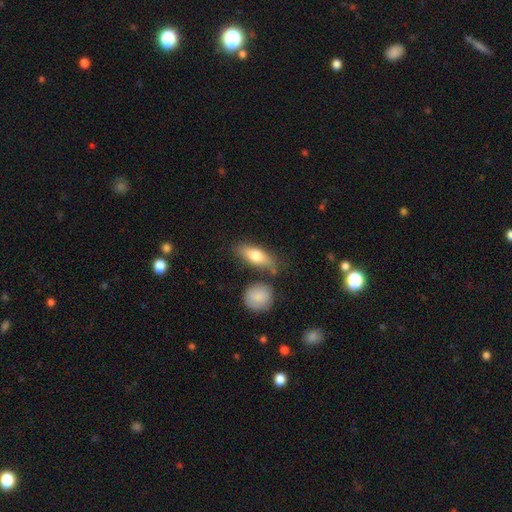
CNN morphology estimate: type=smooth (72%); roundness=in between (68%); merging=none (69%).